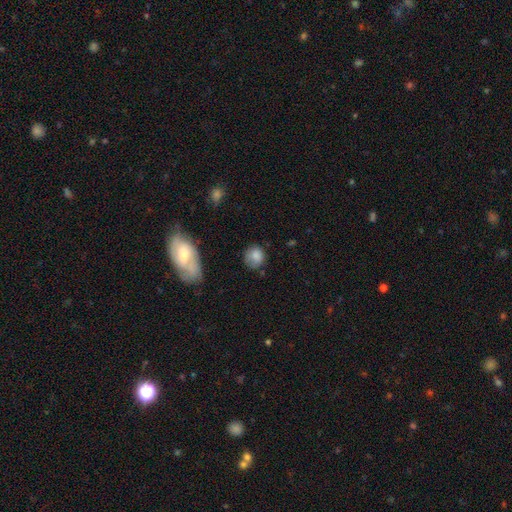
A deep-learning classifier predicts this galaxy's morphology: Smooth or featured? Predicted: smooth (p=0.81). How rounded? Predicted: round (p=0.76). Merging? Predicted: none (p=0.66).